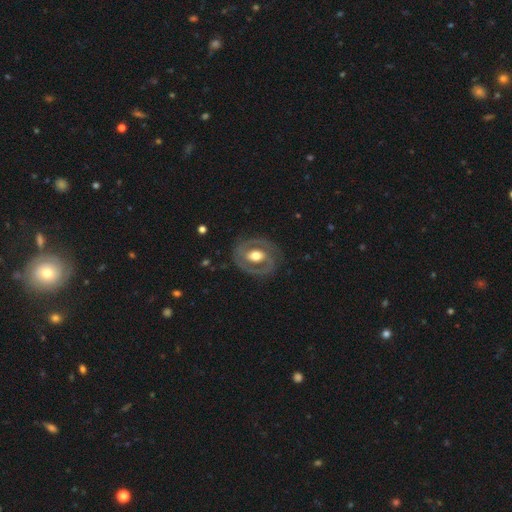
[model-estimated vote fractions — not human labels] The model was most divided on "bar": no: 44%, weak: 33%, strong: 22%. More confident: edge-on disk — no (96%); merging — none (78%); smooth or featured — featured or disk (76%); spiral arms — yes (68%); bulge size — moderate (59%).